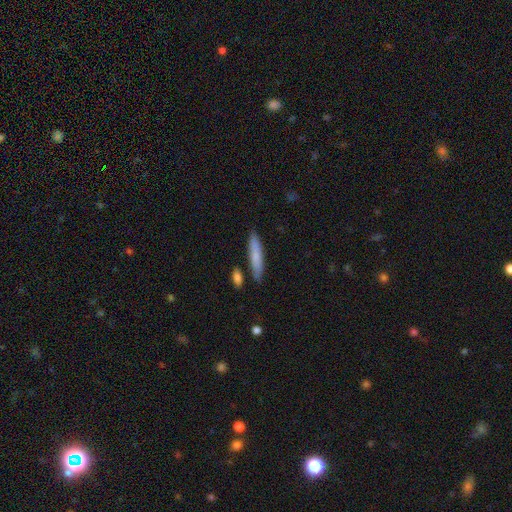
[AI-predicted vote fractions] Smooth or featured: smooth — 73% (featured or disk — 21%)
How rounded: cigar-shaped — 86% (in between — 12%)
Merging: none — 84% (minor disturbance — 10%)